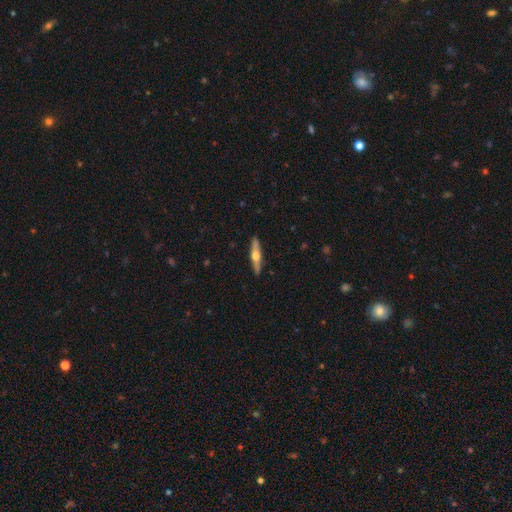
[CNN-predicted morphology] Smooth or featured: featured or disk — 62% (smooth — 33%)
Edge-on disk: yes — 96% (no — 4%)
Edge-on bulge: rounded — 94% (boxy — 3%)
Merging: none — 90% (minor disturbance — 7%)